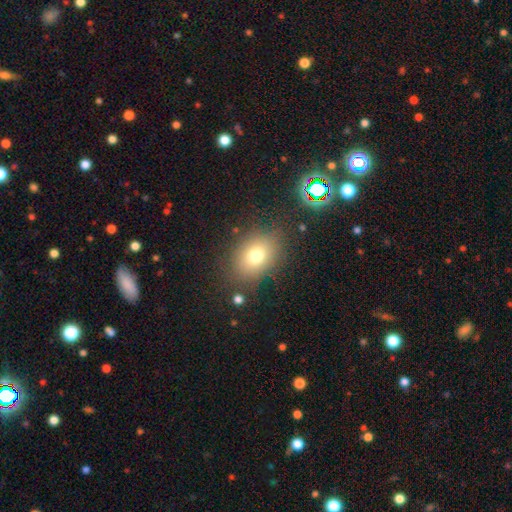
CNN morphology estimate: Smooth or featured?
  - smooth: 74% *
  - featured or disk: 13%
  - star or artifact: 13%
How rounded?
  - in between: 65% *
  - round: 34%
  - cigar-shaped: 1%
Merging?
  - none: 81% *
  - minor disturbance: 12%
  - major disturbance: 5%
  - merger: 2%